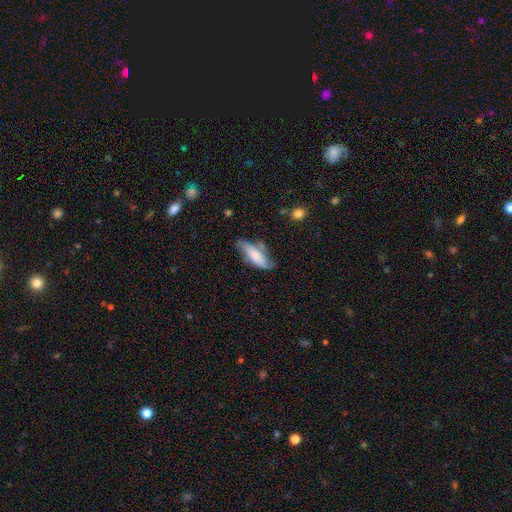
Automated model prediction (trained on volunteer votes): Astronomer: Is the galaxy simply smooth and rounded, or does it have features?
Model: smooth — 60%.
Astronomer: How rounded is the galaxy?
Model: in between — 66%.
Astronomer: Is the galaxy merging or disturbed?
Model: none — 51% (runner-up: minor disturbance, 32%).